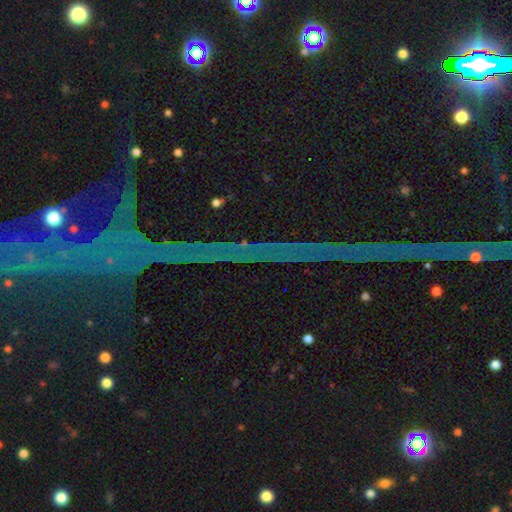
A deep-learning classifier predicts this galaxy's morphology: The model was most divided on "smooth or featured": star or artifact: 83%, featured or disk: 10%, smooth: 8%.